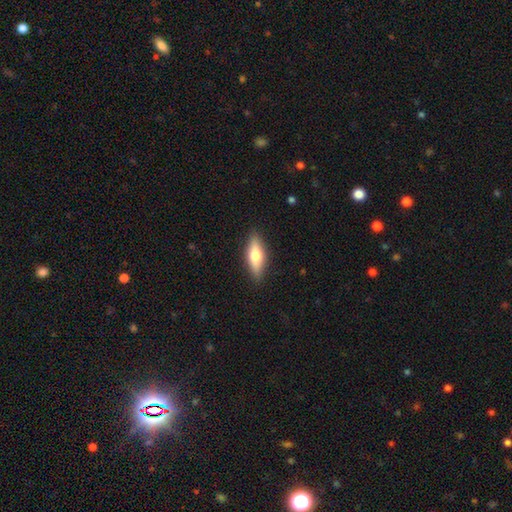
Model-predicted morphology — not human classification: A smooth galaxy with no disk features (59%) that is in between round and cigar-shaped (53%).

Vote fractions:
- Smooth or featured? smooth: 59% / featured or disk: 35% / star or artifact: 6%
- How rounded? in between: 53% / cigar-shaped: 44% / round: 3%
- Merging? none: 88% / minor disturbance: 9% / major disturbance: 2% / merger: 1%